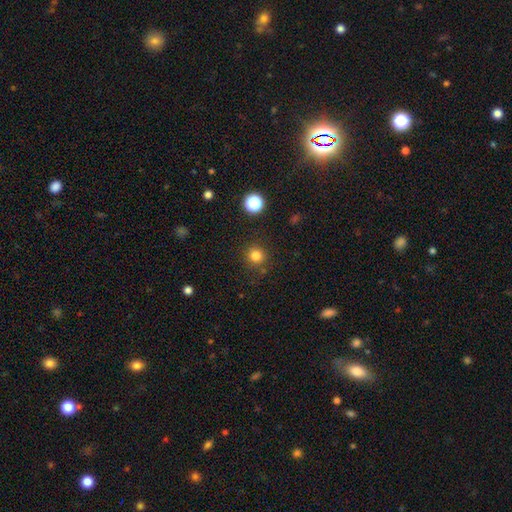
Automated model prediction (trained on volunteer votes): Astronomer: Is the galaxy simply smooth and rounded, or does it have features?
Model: smooth — 81%.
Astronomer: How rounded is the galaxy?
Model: round — 93%.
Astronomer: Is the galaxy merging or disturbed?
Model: none — 86%.